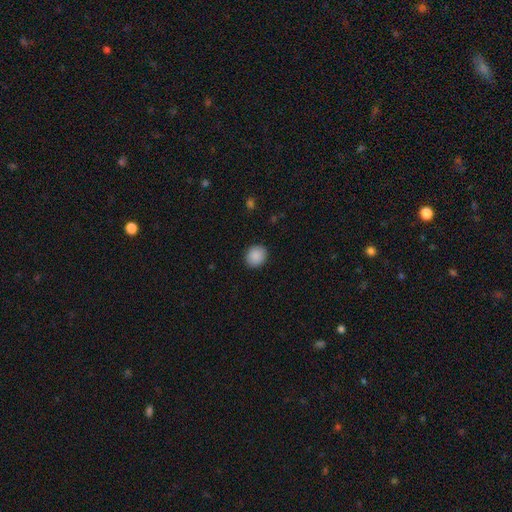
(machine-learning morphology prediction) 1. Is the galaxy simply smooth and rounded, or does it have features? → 89% smooth, 8% star or artifact, 3% featured or disk.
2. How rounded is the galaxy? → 72% round, 28% in between, 1% cigar-shaped.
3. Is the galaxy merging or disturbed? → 90% none, 7% minor disturbance, 2% major disturbance, 1% merger.